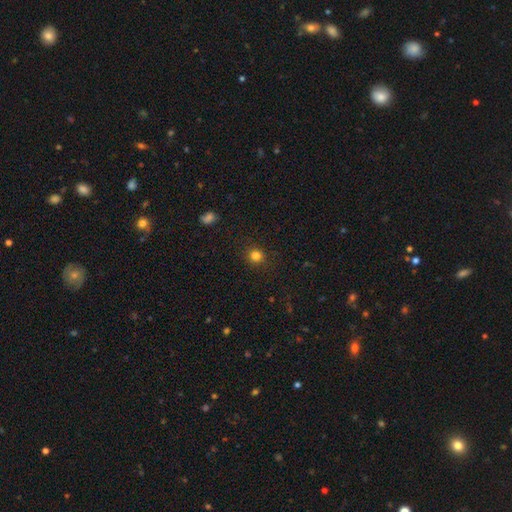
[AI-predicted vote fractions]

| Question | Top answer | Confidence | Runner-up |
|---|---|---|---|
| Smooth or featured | smooth | 82% | star or artifact (14%) |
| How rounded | round | 90% | in between (9%) |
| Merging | none | 90% | minor disturbance (7%) |